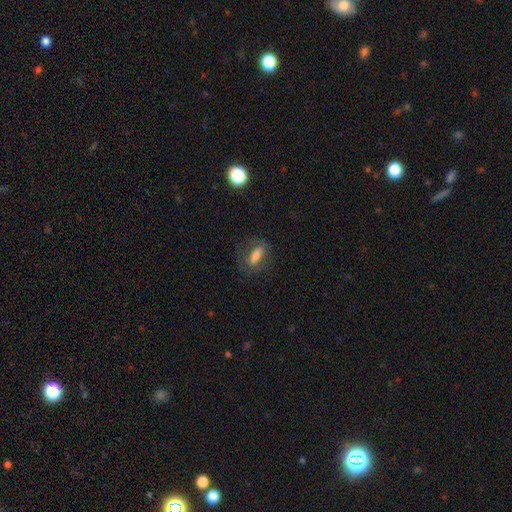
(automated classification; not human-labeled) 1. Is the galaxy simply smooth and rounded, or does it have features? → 61% smooth, 27% featured or disk, 11% star or artifact.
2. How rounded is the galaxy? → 65% in between, 27% cigar-shaped, 8% round.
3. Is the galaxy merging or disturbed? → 68% none, 18% minor disturbance, 13% major disturbance, 2% merger.